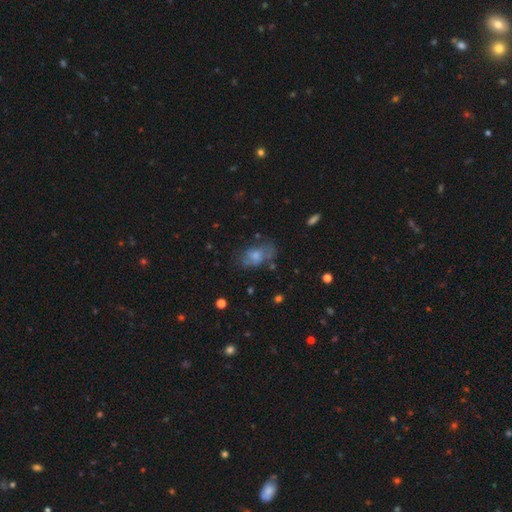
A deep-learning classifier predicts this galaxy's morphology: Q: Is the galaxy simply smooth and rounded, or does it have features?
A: smooth — 55%.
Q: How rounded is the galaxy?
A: in between — 80%.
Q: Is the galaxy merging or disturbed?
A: none — 49%.